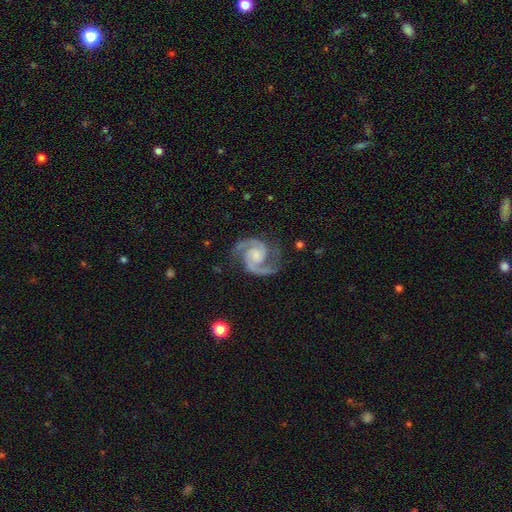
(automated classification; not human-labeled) smooth-or-featured: featured or disk: 94% | star or artifact: 3% | smooth: 2%
  disk-edge-on: no: 99% | yes: 1%
    bar: no: 56% | weak: 35% | strong: 9%
    has-spiral-arms: yes: 99% | no: 1%
      spiral-winding: medium: 59% | tight: 33% | loose: 8%
      spiral-arm-count: 2: 94% | 3: 2% | can't tell: 1% | 1: 1% | 4: 1% | more than 4: 1%
    bulge-size: small: 38% | none: 31% | moderate: 26% | large: 4% | dominant: 1%
  merging: none: 79% | minor disturbance: 14% | major disturbance: 5% | merger: 1%